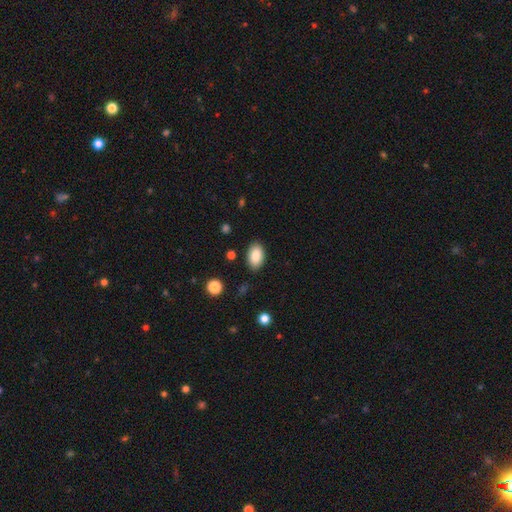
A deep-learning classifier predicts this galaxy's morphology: smooth-or-featured: smooth: 86% | star or artifact: 7% | featured or disk: 7%
  how-rounded: in between: 92% | round: 6% | cigar-shaped: 1%
  merging: none: 86% | minor disturbance: 10% | major disturbance: 2% | merger: 2%